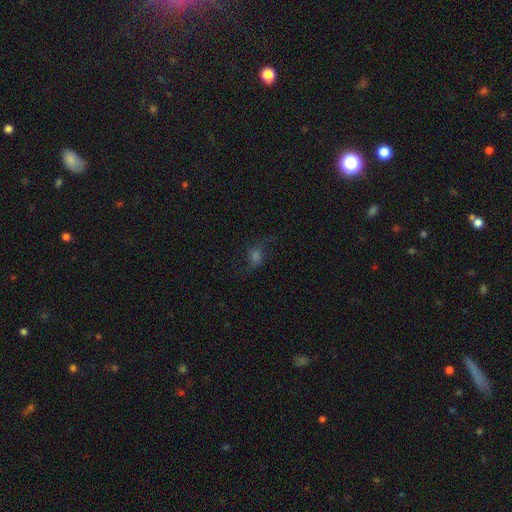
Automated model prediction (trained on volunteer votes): smooth 42%, featured or disk 31%, star or artifact 27%. Down the decision tree: merging — none (62%).